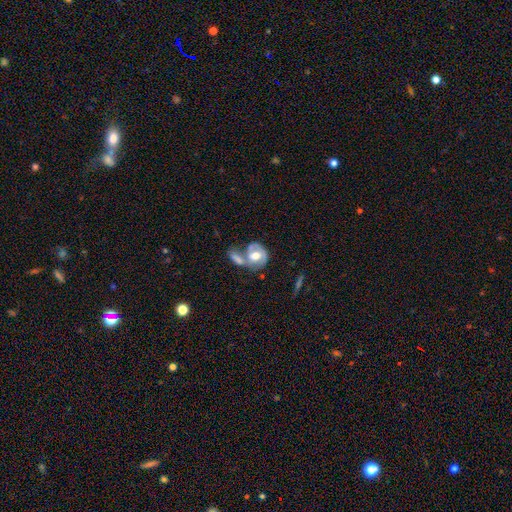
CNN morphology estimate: smooth_or_featured: featured or disk (p=0.59) [alt: smooth p=0.35]
disk_edge_on: no (p=0.96) [alt: yes p=0.04]
bar: no (p=0.68) [alt: weak p=0.25]
has_spiral_arms: yes (p=0.69) [alt: no p=0.31]
bulge_size: moderate (p=0.61) [alt: large p=0.29]
merging: merger (p=0.51) [alt: none p=0.24]